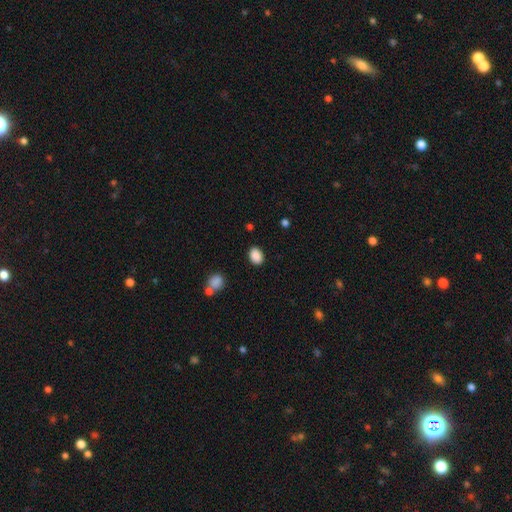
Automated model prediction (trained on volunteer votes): Q: Smooth or featured?
A: smooth (89%); runner-up: star or artifact (8%)
Q: How rounded?
A: in between (76%); runner-up: round (23%)
Q: Merging?
A: none (88%); runner-up: minor disturbance (8%)